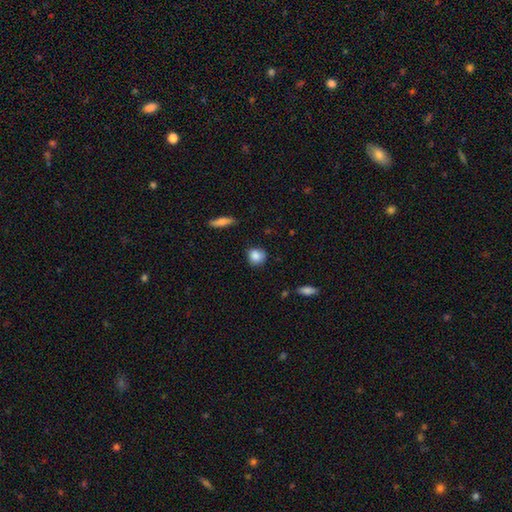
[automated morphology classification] Overall: smooth (85%). How rounded: round (81%). Merging: none (77%).